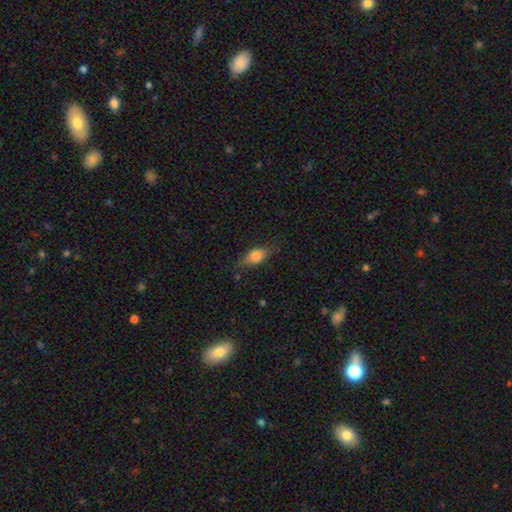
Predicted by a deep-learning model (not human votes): Overall: smooth (70%). How rounded: in between (78%). Merging: none (69%).